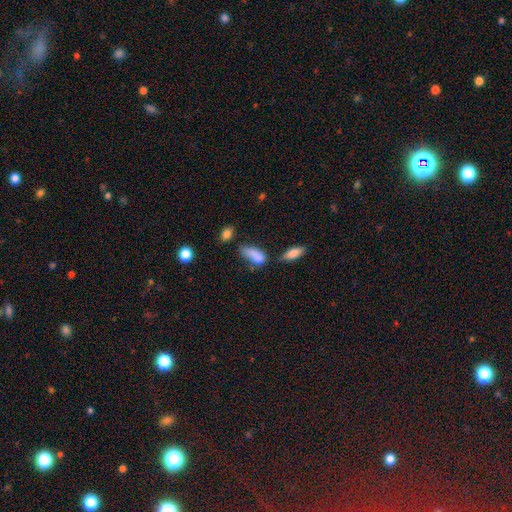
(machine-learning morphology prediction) smooth_or_featured: smooth (p=0.80) [alt: featured or disk p=0.11]
how_rounded: in between (p=0.78) [alt: cigar-shaped p=0.18]
merging: none (p=0.34) [alt: minor disturbance p=0.29]